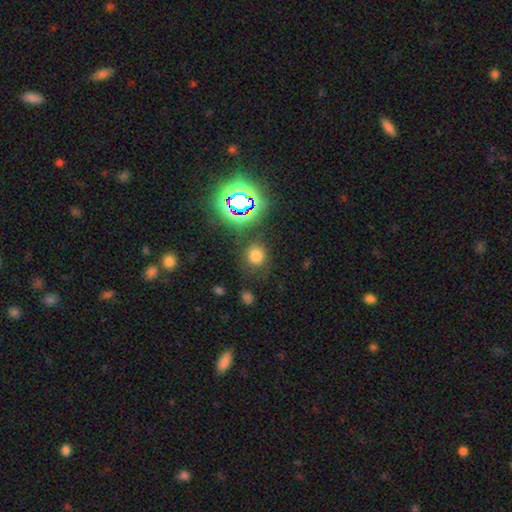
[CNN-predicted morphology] The model was most divided on "smooth or featured": smooth: 69%, star or artifact: 24%, featured or disk: 7%. More confident: how rounded — round (83%); merging — none (81%).